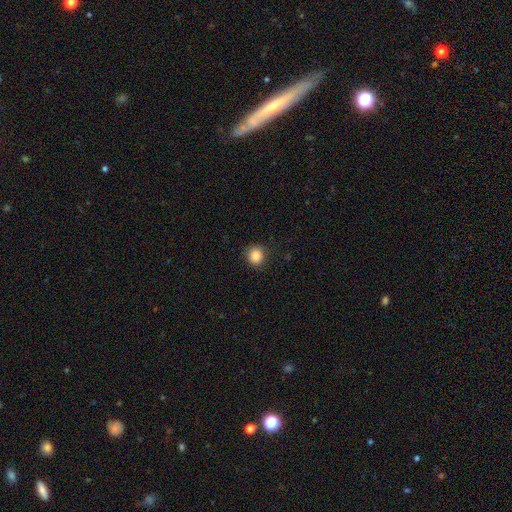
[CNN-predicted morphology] smooth 85%, star or artifact 10%, featured or disk 5%. Down the decision tree: how rounded — round (89%); merging — none (88%).